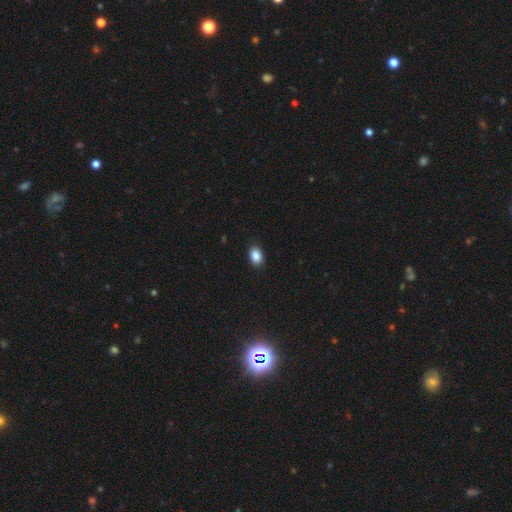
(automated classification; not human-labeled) smooth_or_featured: smooth (p=0.87) [alt: star or artifact p=0.09]
how_rounded: in between (p=0.78) [alt: round p=0.21]
merging: none (p=0.86) [alt: minor disturbance p=0.11]